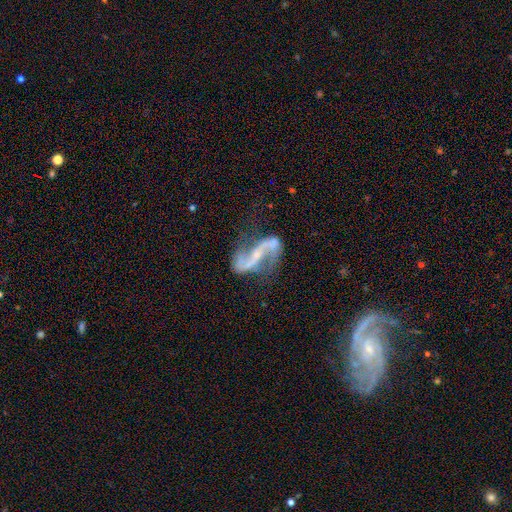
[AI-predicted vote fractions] This is clearly a featured or disk galaxy (89%). It is clearly not viewed edge-on (96%). Bar: marginally strong (42%). Spiral arm pattern: clearly yes (95%). Spiral arm count: clearly 2 (93%). Spiral winding: likely loose (74%). Central bulge: possibly small (60%). Merging: likely none (62%).